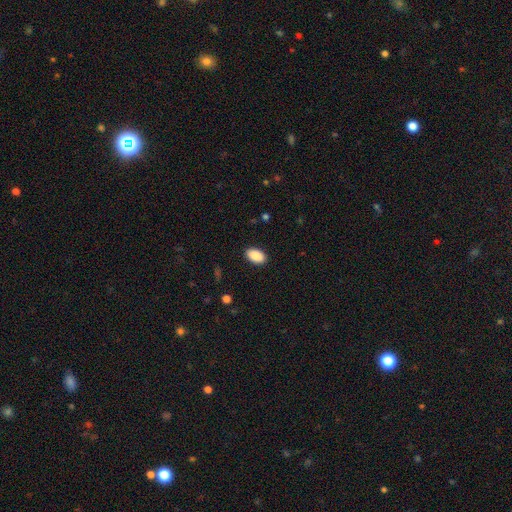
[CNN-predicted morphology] type=smooth (90%); roundness=in between (93%); merging=none (89%).